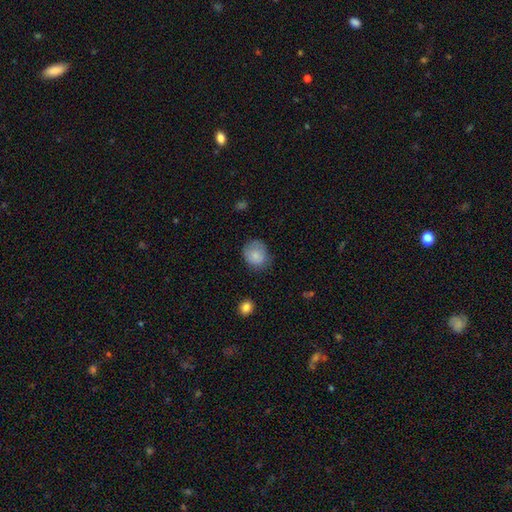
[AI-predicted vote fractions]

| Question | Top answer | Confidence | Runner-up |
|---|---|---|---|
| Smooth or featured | smooth | 80% | featured or disk (12%) |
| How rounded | round | 68% | in between (32%) |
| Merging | none | 64% | minor disturbance (27%) |